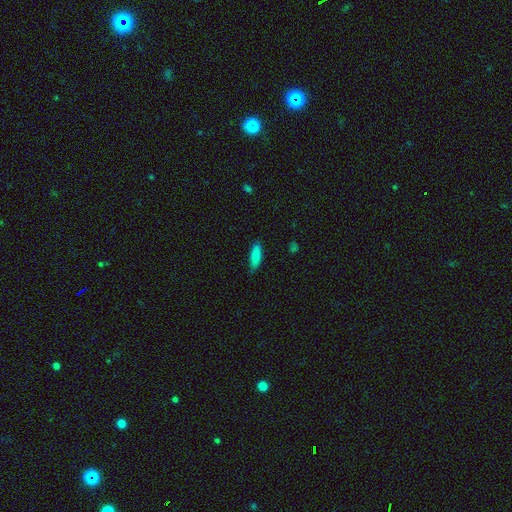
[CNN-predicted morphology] Smooth or featured? smooth (77%)
How rounded? in between (53%)
Merging? none (82%)